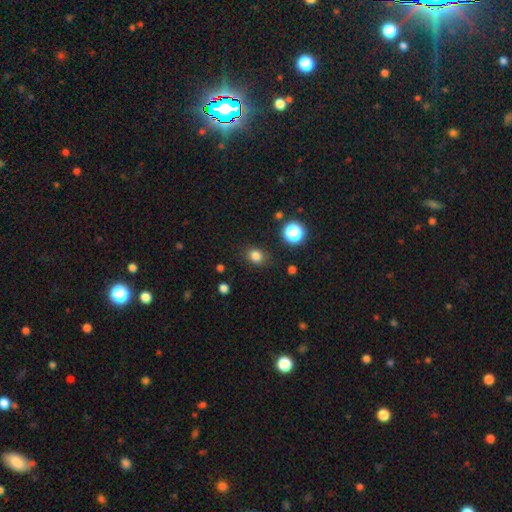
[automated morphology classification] Smooth or featured?
  - smooth: 81% *
  - star or artifact: 14%
  - featured or disk: 5%
How rounded?
  - round: 58% *
  - in between: 41%
  - cigar-shaped: 1%
Merging?
  - none: 83% *
  - minor disturbance: 12%
  - major disturbance: 4%
  - merger: 2%